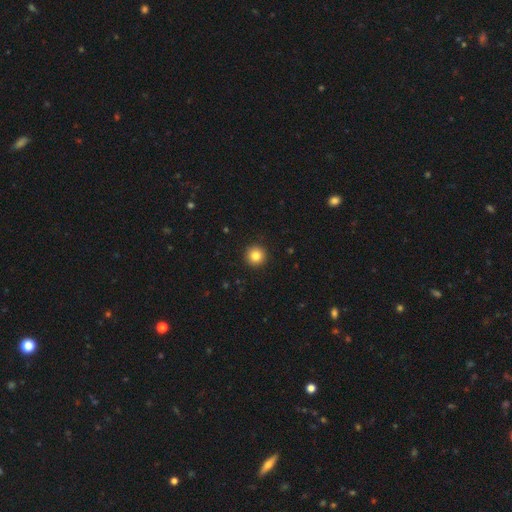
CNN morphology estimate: The model was most divided on "smooth or featured": smooth: 84%, star or artifact: 11%, featured or disk: 6%. More confident: how rounded — round (96%); merging — none (93%).